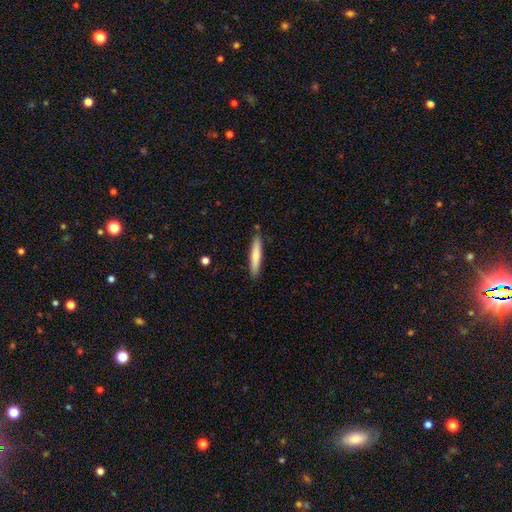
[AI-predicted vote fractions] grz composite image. It shows a smooth galaxy with no disk features (74%) that is cigar-shaped (91%). Merging: none (87%).